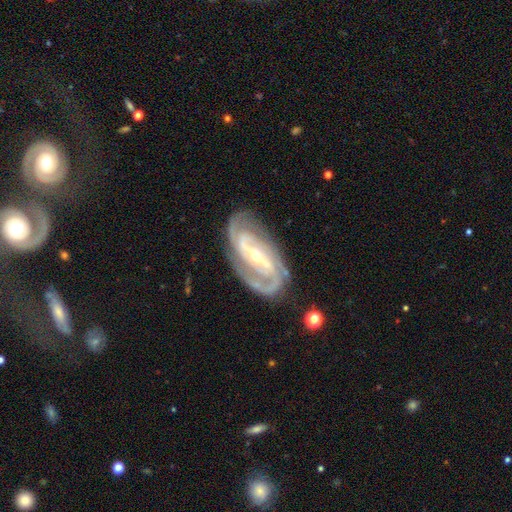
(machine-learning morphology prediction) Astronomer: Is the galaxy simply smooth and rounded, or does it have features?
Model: featured or disk — 91%.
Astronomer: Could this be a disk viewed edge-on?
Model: no — 96%.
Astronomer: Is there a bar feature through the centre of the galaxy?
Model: strong — 48% (runner-up: weak, 32%).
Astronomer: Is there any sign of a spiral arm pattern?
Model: yes — 97%.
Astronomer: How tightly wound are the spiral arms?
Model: tight — 50% (runner-up: medium, 41%).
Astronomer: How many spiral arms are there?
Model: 2 — 55%.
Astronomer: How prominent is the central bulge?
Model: small — 60% (runner-up: moderate, 37%).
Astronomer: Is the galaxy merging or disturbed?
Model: none — 76%.